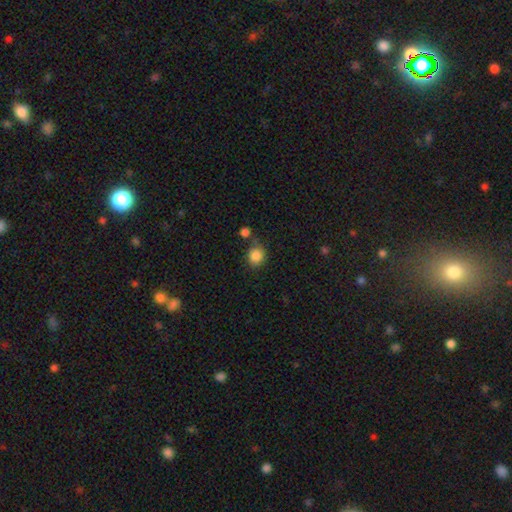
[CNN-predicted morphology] Q: Smooth or featured?
A: smooth (86%); runner-up: star or artifact (10%)
Q: How rounded?
A: round (82%); runner-up: in between (17%)
Q: Merging?
A: none (75%); runner-up: minor disturbance (12%)